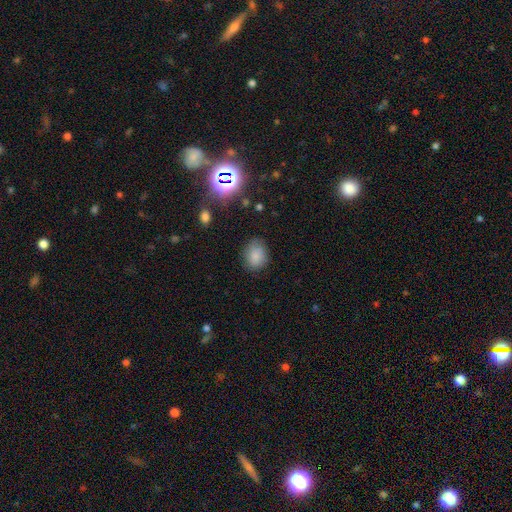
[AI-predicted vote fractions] Smooth or featured: smooth — 80% (star or artifact — 11%)
How rounded: in between — 60% (round — 38%)
Merging: none — 73% (minor disturbance — 20%)